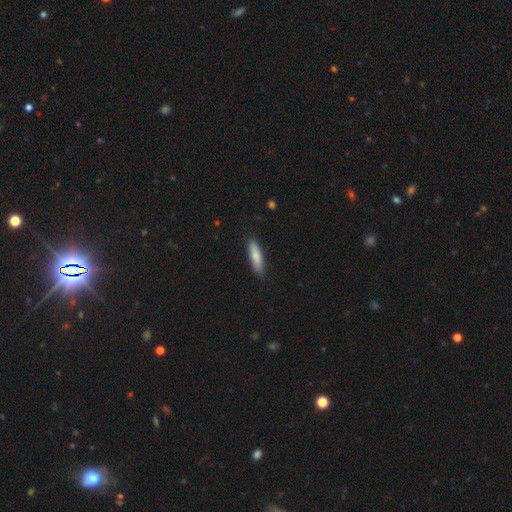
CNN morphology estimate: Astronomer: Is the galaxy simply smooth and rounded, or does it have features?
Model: smooth — 79%.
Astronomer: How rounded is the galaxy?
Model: cigar-shaped — 70%.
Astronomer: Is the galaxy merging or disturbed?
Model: none — 88%.